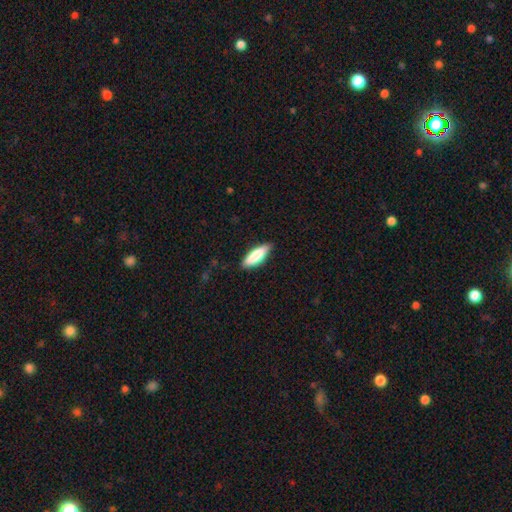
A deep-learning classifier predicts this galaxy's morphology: This appears to be a smooth galaxy with no disk features (77%) that is in between round and cigar-shaped (53%). Merging: none (85%).